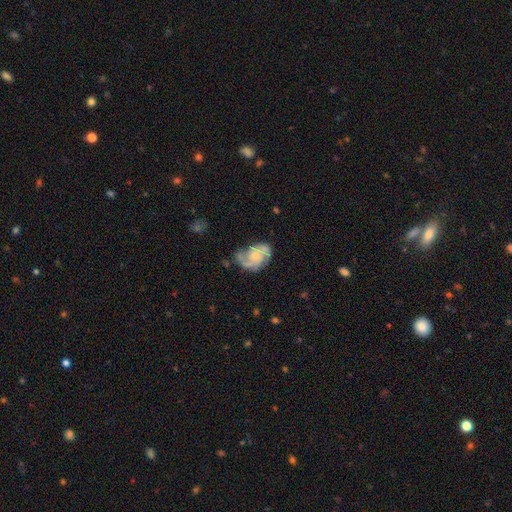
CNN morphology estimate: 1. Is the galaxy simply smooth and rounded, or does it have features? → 79% featured or disk, 16% smooth, 6% star or artifact.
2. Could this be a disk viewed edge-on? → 98% no, 2% yes.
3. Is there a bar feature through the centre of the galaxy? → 71% no, 25% weak, 4% strong.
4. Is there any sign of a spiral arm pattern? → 92% yes, 8% no.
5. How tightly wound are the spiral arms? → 47% medium, 31% tight, 22% loose.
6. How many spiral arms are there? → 64% 2, 13% can't tell, 12% 3, 6% 1, 3% 4, 2% more than 4.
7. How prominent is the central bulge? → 49% small, 35% moderate, 11% none, 4% large, 1% dominant.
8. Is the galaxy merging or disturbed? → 55% none, 26% minor disturbance, 15% major disturbance, 3% merger.